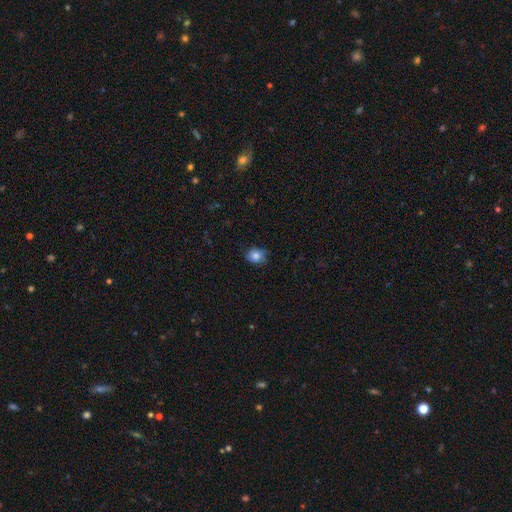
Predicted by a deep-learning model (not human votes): Morphology: type=smooth (82%); roundness=round (71%); merging=none (74%).